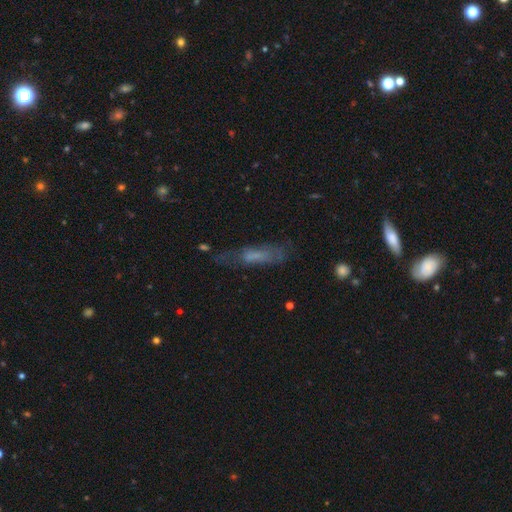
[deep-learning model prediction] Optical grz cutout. It shows a smooth galaxy with no disk features (47%). Merging: none (53%).